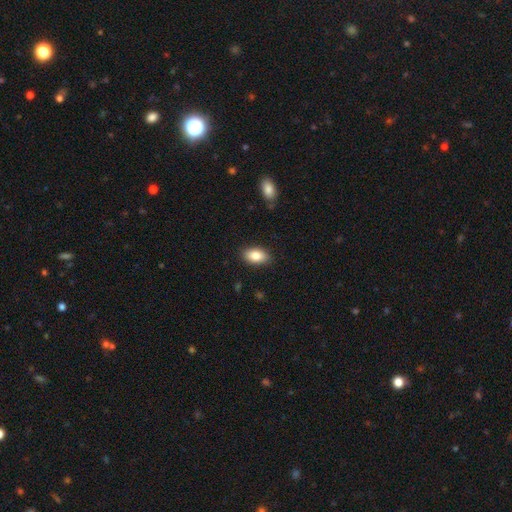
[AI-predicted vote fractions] Smooth or featured? smooth (85%)
How rounded? in between (92%)
Merging? none (87%)